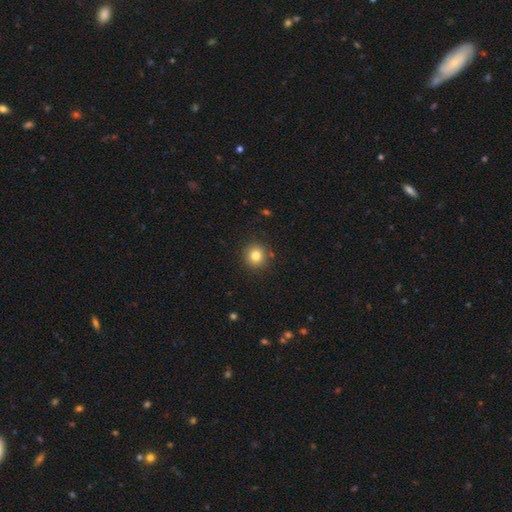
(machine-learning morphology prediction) type=smooth (81%); roundness=round (92%); merging=none (88%).